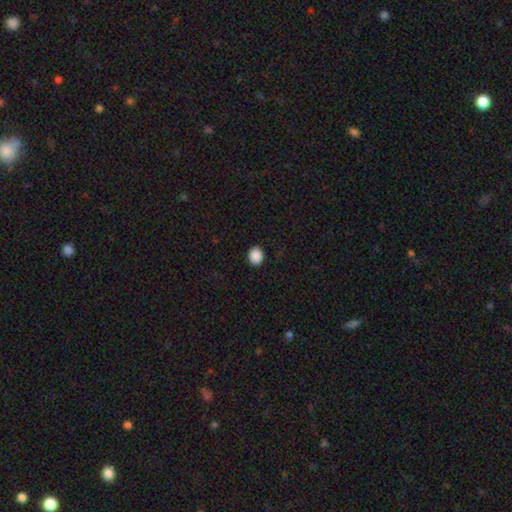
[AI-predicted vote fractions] The model was most divided on "how rounded": round: 60%, in between: 39%, cigar-shaped: 1%. More confident: merging — none (91%); smooth or featured — smooth (89%).